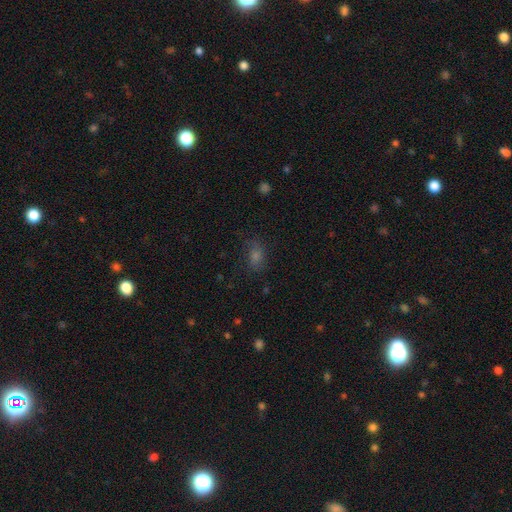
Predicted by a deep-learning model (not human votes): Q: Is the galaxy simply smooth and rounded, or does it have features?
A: smooth — 57%.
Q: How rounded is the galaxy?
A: in between — 69%.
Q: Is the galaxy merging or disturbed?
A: none — 73%.